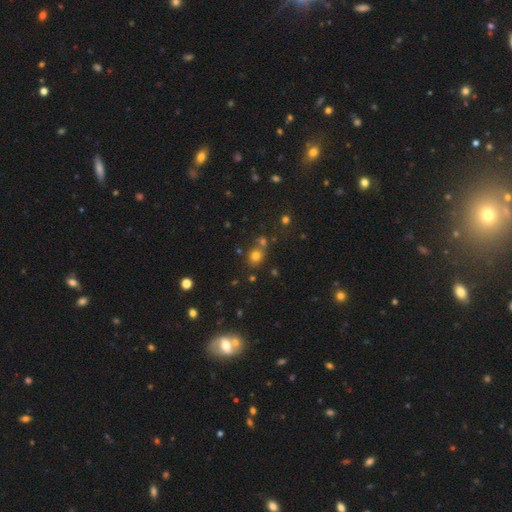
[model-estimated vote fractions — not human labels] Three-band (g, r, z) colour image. It shows a smooth galaxy with no disk features (73%) that is round (71%). Merging: none (64%).